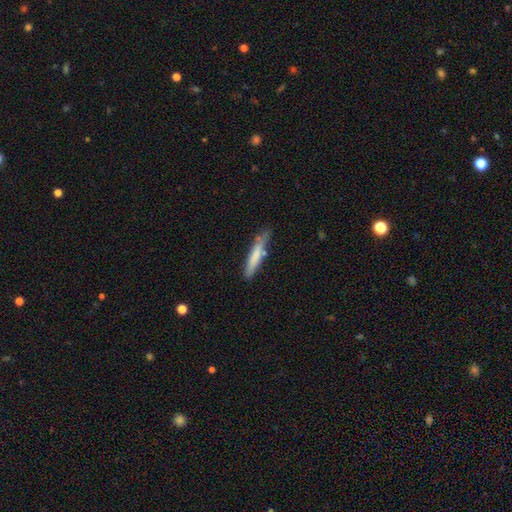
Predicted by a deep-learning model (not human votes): Smooth or featured? Predicted: smooth (p=0.73). How rounded? Predicted: cigar-shaped (p=0.89). Merging? Predicted: none (p=0.67).